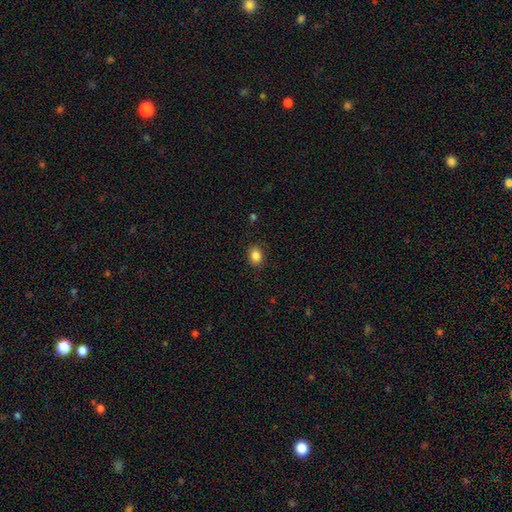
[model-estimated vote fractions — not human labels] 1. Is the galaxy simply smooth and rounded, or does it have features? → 85% smooth, 10% star or artifact, 5% featured or disk.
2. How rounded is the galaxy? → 52% in between, 47% round, 1% cigar-shaped.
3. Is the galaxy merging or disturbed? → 86% none, 10% minor disturbance, 3% major disturbance, 1% merger.